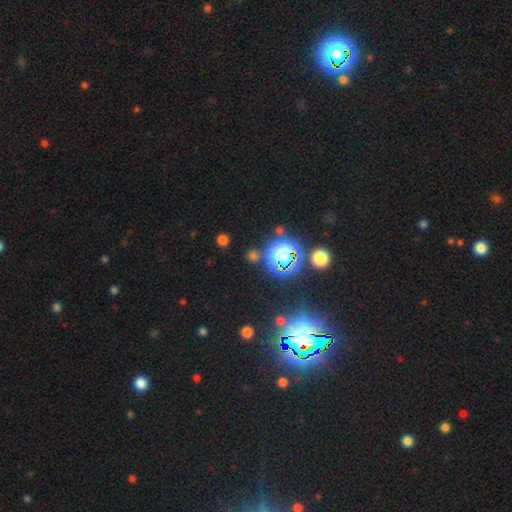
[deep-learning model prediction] Q: Smooth or featured?
A: star or artifact (69%); runner-up: smooth (22%)